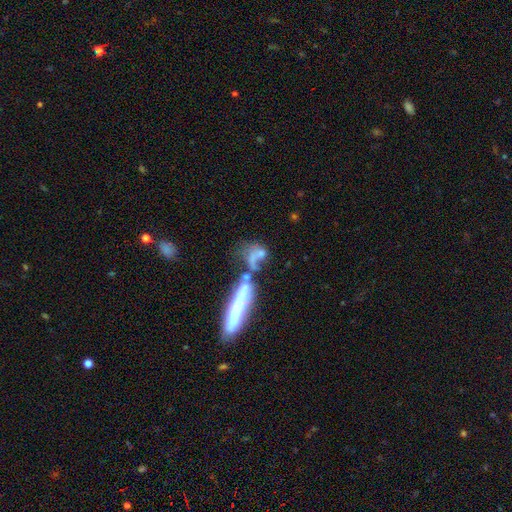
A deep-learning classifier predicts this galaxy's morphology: smooth_or_featured: featured or disk (p=0.43) [tied with: smooth p=0.43]
merging: merger (p=0.56) [alt: major disturbance p=0.20]